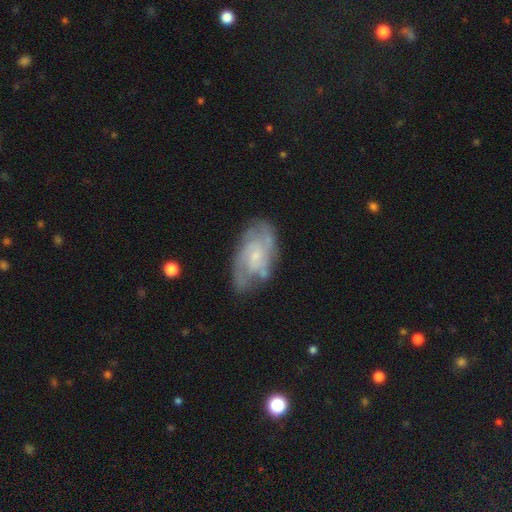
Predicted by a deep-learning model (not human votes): smooth-or-featured: featured or disk: 78% | smooth: 16% | star or artifact: 6%
  disk-edge-on: no: 95% | yes: 5%
    bar: no: 55% | weak: 40% | strong: 6%
    has-spiral-arms: yes: 91% | no: 9%
      spiral-winding: tight: 46% | medium: 42% | loose: 12%
      spiral-arm-count: 2: 35% | can't tell: 32% | 3: 19% | 4: 7% | 1: 4% | more than 4: 4%
    bulge-size: small: 66% | moderate: 22% | none: 10% | large: 2% | dominant: 1%
  merging: none: 70% | minor disturbance: 20% | major disturbance: 7% | merger: 3%